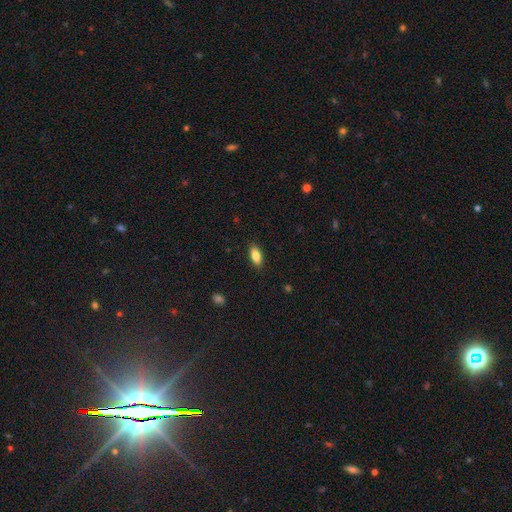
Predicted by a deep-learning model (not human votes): This is clearly a smooth galaxy (83%). How rounded: clearly in between (80%). Merging: clearly none (88%).